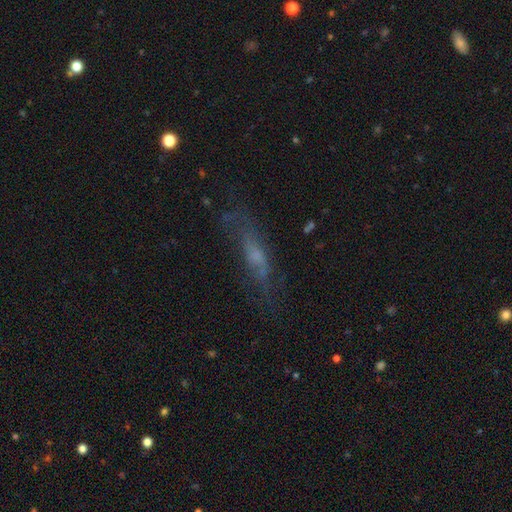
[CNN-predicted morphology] A featured or disk galaxy (46%). Merging: none (59%).